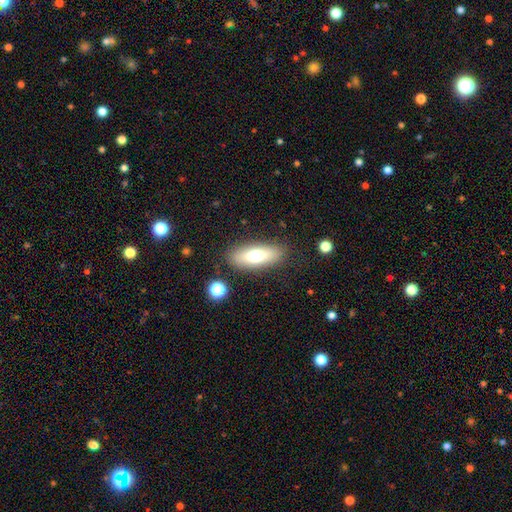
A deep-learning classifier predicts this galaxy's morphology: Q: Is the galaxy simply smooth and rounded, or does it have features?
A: smooth — 67%.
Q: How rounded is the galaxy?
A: in between — 71%.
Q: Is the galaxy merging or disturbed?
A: none — 84%.